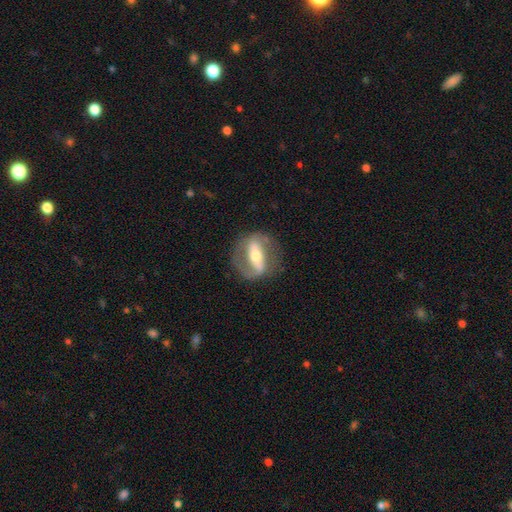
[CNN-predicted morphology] smooth_or_featured: featured or disk (p=0.78) [alt: smooth p=0.16]
disk_edge_on: no (p=0.87) [alt: yes p=0.13]
bar: strong (p=0.68) [alt: weak p=0.19]
has_spiral_arms: yes (p=0.74) [alt: no p=0.26]
spiral_winding: medium (p=0.44) [alt: tight p=0.29]
spiral_arm_count: 2 (p=0.80) [alt: 1 p=0.09]
bulge_size: moderate (p=0.60) [alt: small p=0.28]
merging: none (p=0.76) [alt: minor disturbance p=0.14]